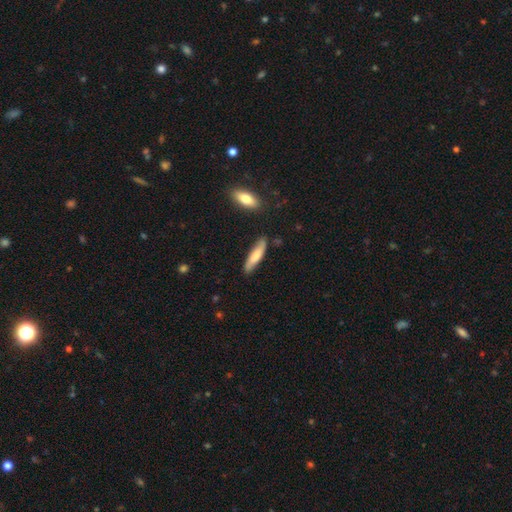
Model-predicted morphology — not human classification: smooth 70%, featured or disk 24%, star or artifact 6%. Down the decision tree: how rounded — cigar-shaped (76%); merging — none (80%).